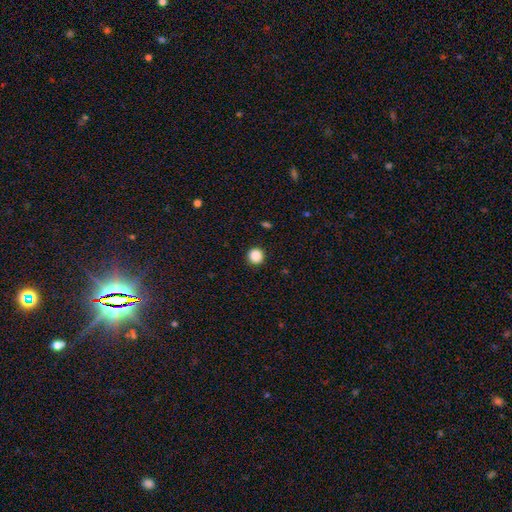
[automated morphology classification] Overall: smooth (88%). How rounded: round (95%). Merging: none (92%).